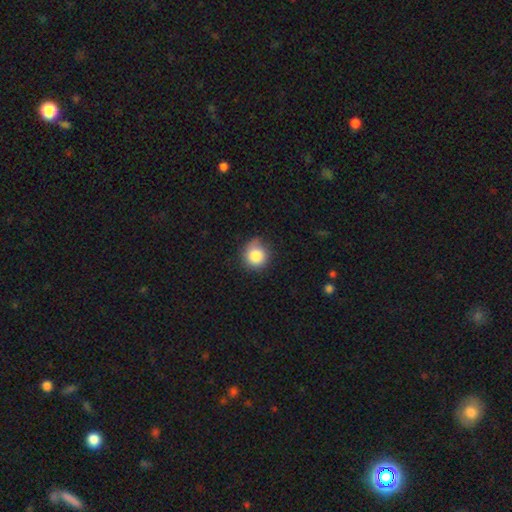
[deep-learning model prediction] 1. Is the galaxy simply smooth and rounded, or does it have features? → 84% smooth, 10% star or artifact, 6% featured or disk.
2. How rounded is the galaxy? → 89% round, 10% in between, 1% cigar-shaped.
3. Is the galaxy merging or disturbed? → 68% none, 25% minor disturbance, 5% major disturbance, 2% merger.